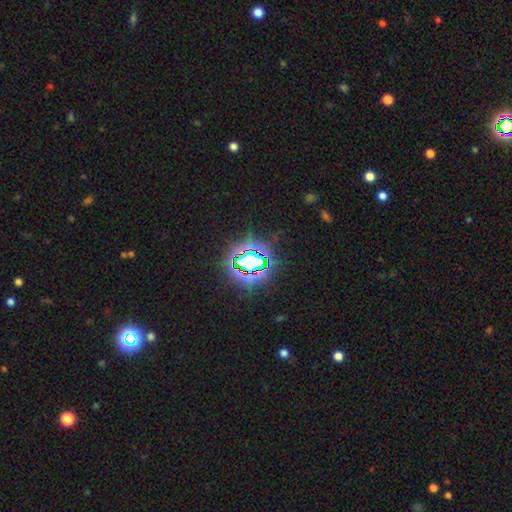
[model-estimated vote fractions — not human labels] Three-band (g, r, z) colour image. It shows a star or artifact, not a galaxy (78%).